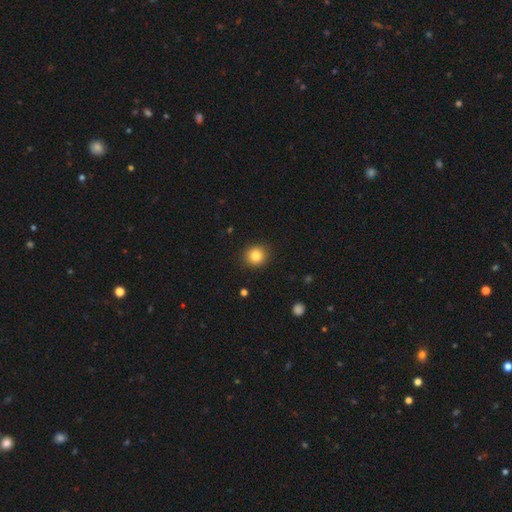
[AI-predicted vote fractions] Smooth or featured: smooth — 83% (star or artifact — 10%)
How rounded: round — 90% (in between — 9%)
Merging: none — 91% (minor disturbance — 6%)